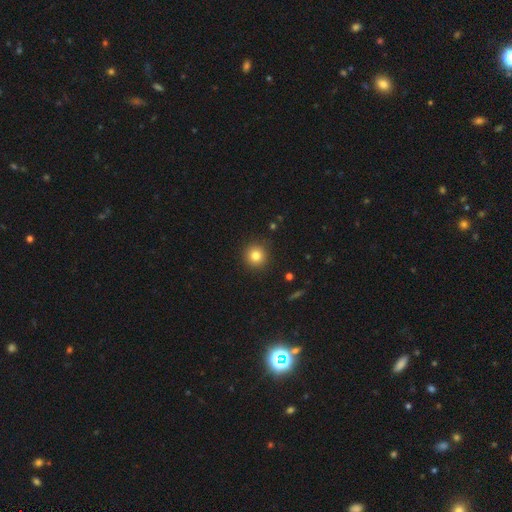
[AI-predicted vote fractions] The model was most divided on "smooth or featured": smooth: 81%, star or artifact: 12%, featured or disk: 7%. More confident: how rounded — round (94%); merging — none (92%).